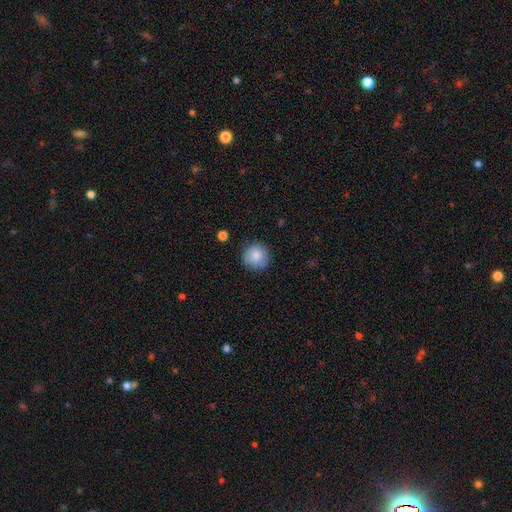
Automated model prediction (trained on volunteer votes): smooth-or-featured: smooth: 86% | star or artifact: 8% | featured or disk: 6%
  how-rounded: round: 94% | in between: 5% | cigar-shaped: 1%
  merging: none: 86% | minor disturbance: 11% | major disturbance: 2% | merger: 1%